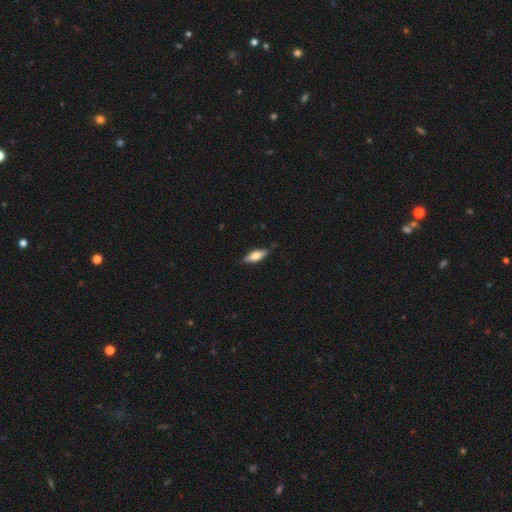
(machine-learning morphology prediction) A smooth galaxy with no disk features (58%) that is in between round and cigar-shaped (64%).

Vote fractions:
- Smooth or featured? smooth: 58% / featured or disk: 36% / star or artifact: 6%
- How rounded? in between: 64% / cigar-shaped: 33% / round: 3%
- Merging? none: 82% / minor disturbance: 14% / major disturbance: 3% / merger: 1%